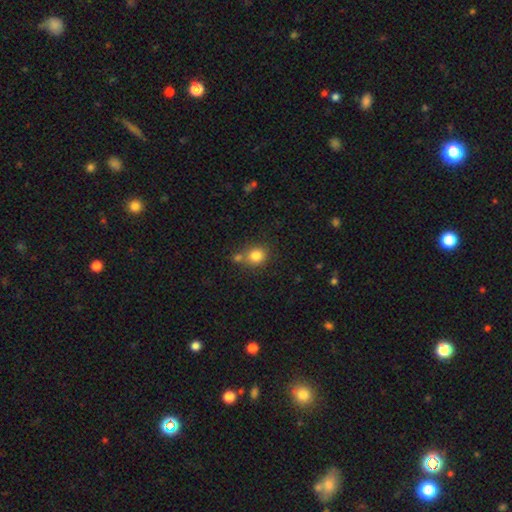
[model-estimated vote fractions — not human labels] smooth-or-featured: smooth: 82% | star or artifact: 11% | featured or disk: 7%
  how-rounded: round: 79% | in between: 20% | cigar-shaped: 1%
  merging: none: 61% | merger: 25% | minor disturbance: 11% | major disturbance: 4%